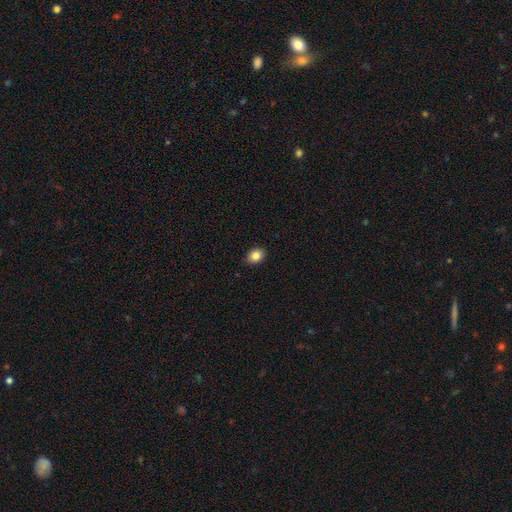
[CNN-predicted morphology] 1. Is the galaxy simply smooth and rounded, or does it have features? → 85% smooth, 9% star or artifact, 6% featured or disk.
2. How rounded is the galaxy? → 61% in between, 38% round, 1% cigar-shaped.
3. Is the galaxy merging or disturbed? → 88% none, 9% minor disturbance, 2% major disturbance, 1% merger.